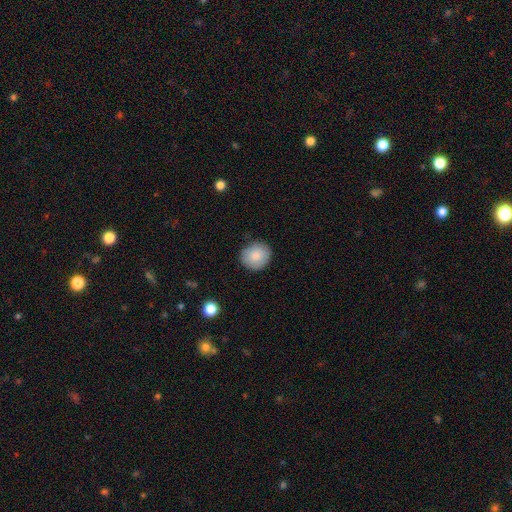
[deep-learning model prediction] This appears to be a smooth galaxy with no disk features (85%) that is round (85%). Merging: none (82%).